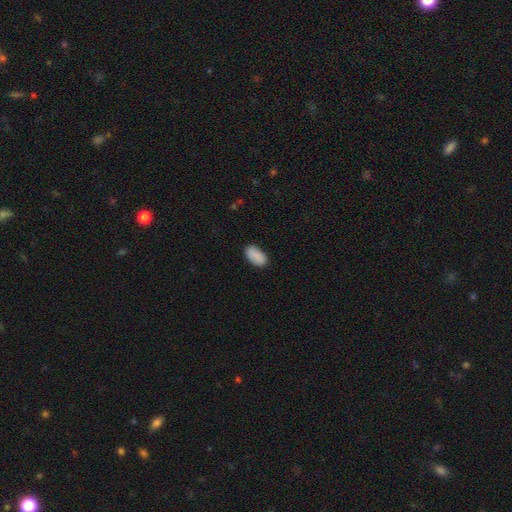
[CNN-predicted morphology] This is clearly a smooth galaxy (89%). How rounded: clearly in between (94%). Merging: clearly none (85%).